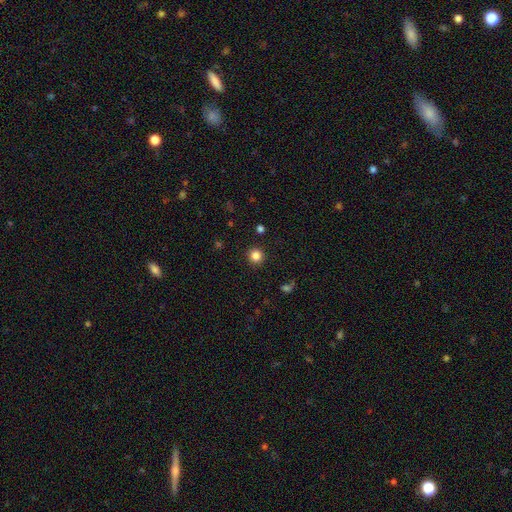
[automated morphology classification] smooth-or-featured: smooth: 84% | star or artifact: 12% | featured or disk: 4%
  how-rounded: round: 95% | in between: 4% | cigar-shaped: 1%
  merging: none: 92% | minor disturbance: 5% | major disturbance: 2% | merger: 1%